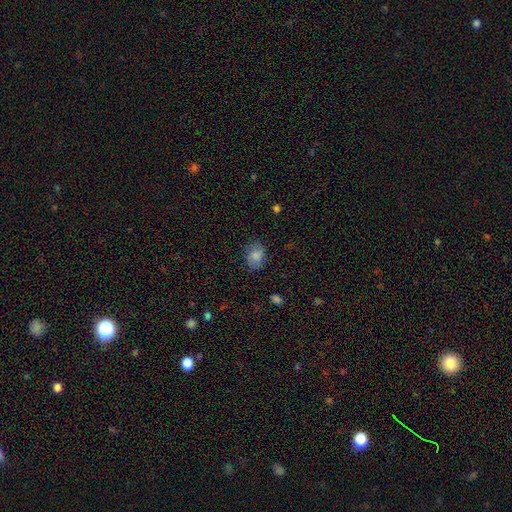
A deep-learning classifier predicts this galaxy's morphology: smooth-or-featured: smooth: 80% | featured or disk: 12% | star or artifact: 9%
  how-rounded: in between: 60% | round: 39% | cigar-shaped: 1%
  merging: none: 78% | minor disturbance: 17% | major disturbance: 4% | merger: 1%